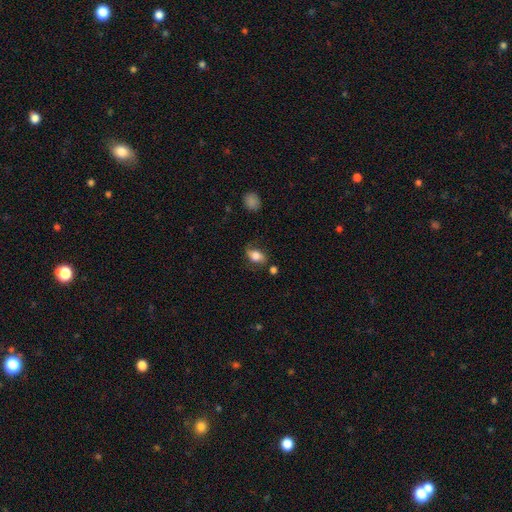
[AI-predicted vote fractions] Morphology: type=smooth (66%); roundness=in between (84%); merging=none (64%).